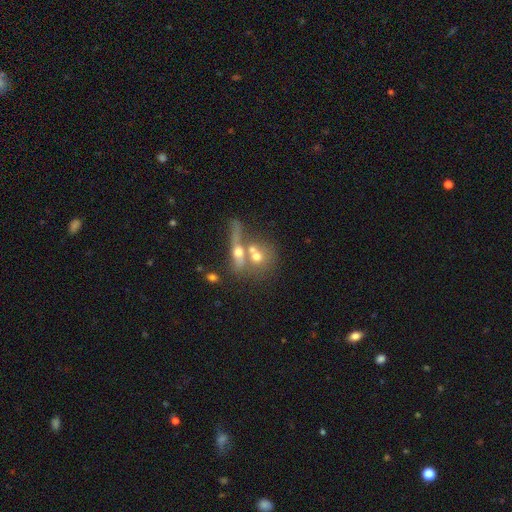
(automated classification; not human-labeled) Smooth or featured? Predicted: featured or disk (p=0.46). Merging? Predicted: merger (p=0.56).